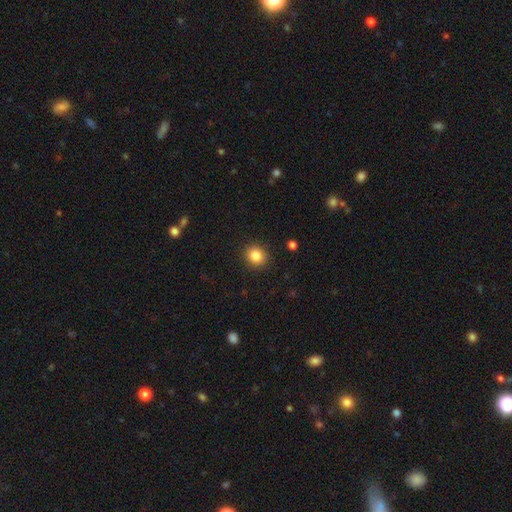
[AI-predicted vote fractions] Smooth or featured? smooth (84%)
How rounded? round (81%)
Merging? none (91%)